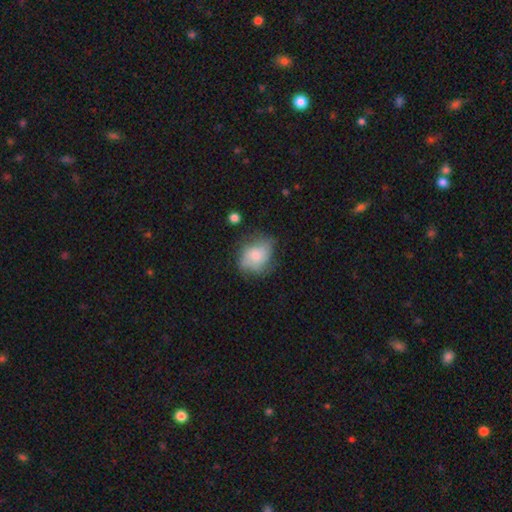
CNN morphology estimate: Overall: smooth (65%; featured or disk 27%). How rounded: in between (51%; round 48%). Merging: none (51%; minor disturbance 33%).